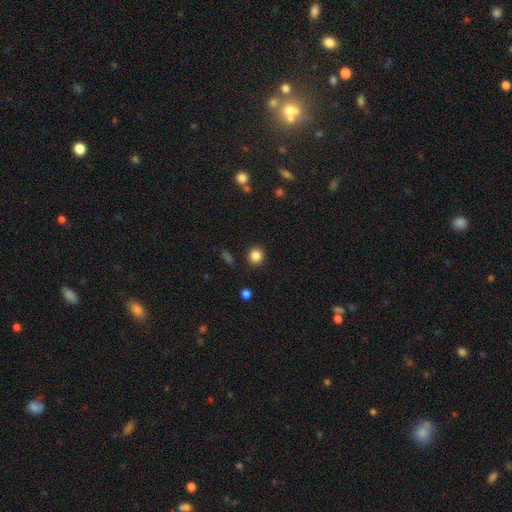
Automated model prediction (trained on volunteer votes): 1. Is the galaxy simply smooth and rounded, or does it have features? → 85% smooth, 11% star or artifact, 4% featured or disk.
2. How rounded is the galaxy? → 89% round, 10% in between, 1% cigar-shaped.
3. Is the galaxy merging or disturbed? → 90% none, 6% minor disturbance, 2% major disturbance, 2% merger.